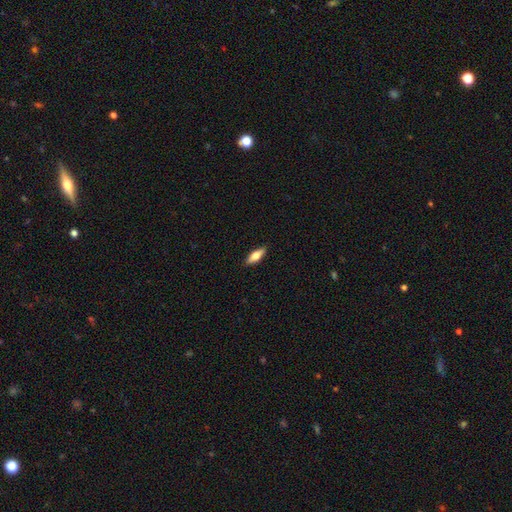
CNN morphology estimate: Smooth or featured: smooth — 66% (featured or disk — 28%)
How rounded: in between — 61% (cigar-shaped — 37%)
Merging: none — 89% (minor disturbance — 8%)